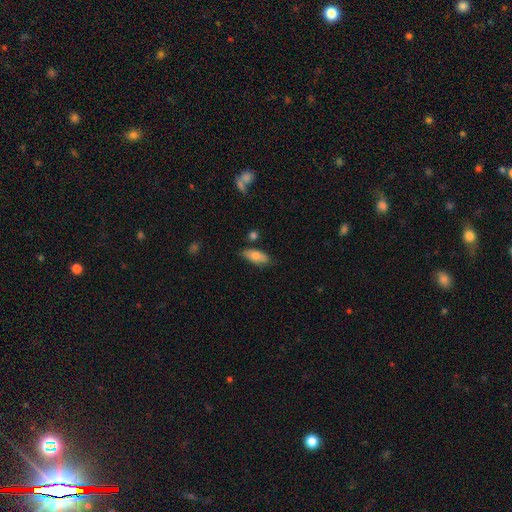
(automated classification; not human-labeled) Morphology: type=smooth (76%); roundness=in between (82%); merging=none (74%).